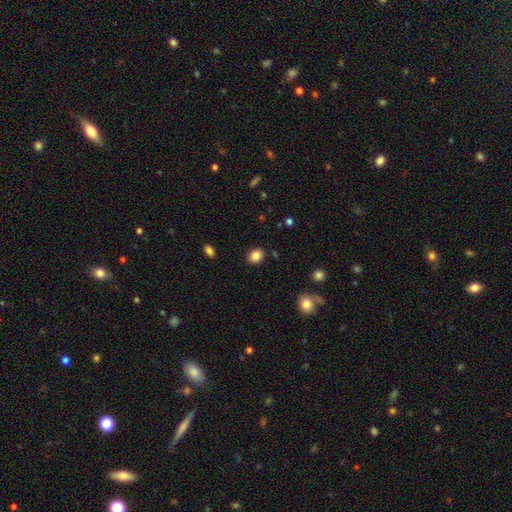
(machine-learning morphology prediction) Smooth or featured? Predicted: smooth (p=0.85). How rounded? Predicted: round (p=0.58). Merging? Predicted: none (p=0.88).